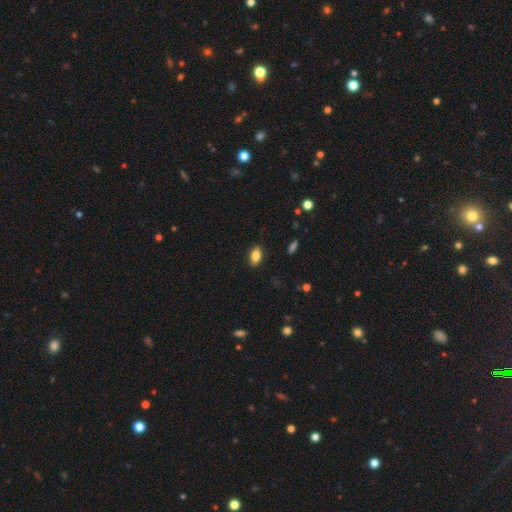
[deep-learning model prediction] Smooth or featured? smooth (81%)
How rounded? in between (88%)
Merging? none (88%)